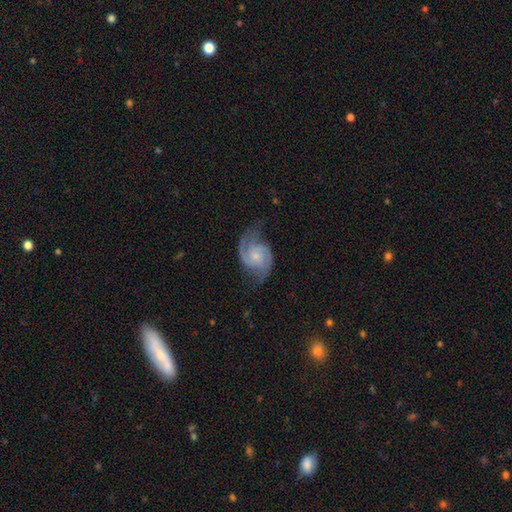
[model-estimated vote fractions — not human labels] smooth_or_featured: featured or disk (p=0.85) [alt: smooth p=0.09]
disk_edge_on: no (p=0.98) [alt: yes p=0.02]
bar: no (p=0.65) [alt: weak p=0.30]
has_spiral_arms: yes (p=0.97) [alt: no p=0.03]
spiral_winding: medium (p=0.51) [alt: tight p=0.25]
spiral_arm_count: 2 (p=0.87) [alt: can't tell p=0.04]
bulge_size: small (p=0.56) [alt: moderate p=0.29]
merging: none (p=0.65) [alt: minor disturbance p=0.22]